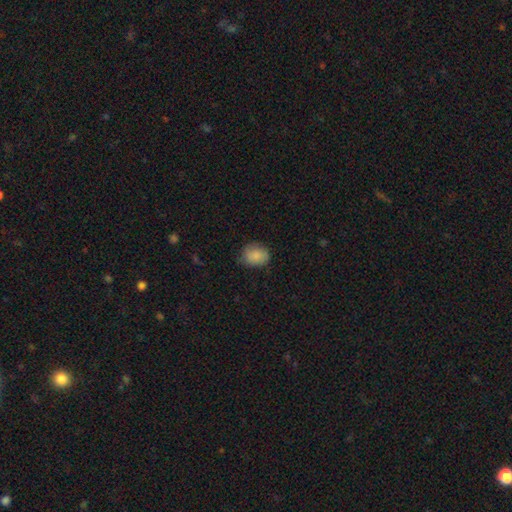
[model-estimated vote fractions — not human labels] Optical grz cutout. It shows a smooth galaxy with no disk features (87%) that is in between round and cigar-shaped (50%). Merging: none (74%).